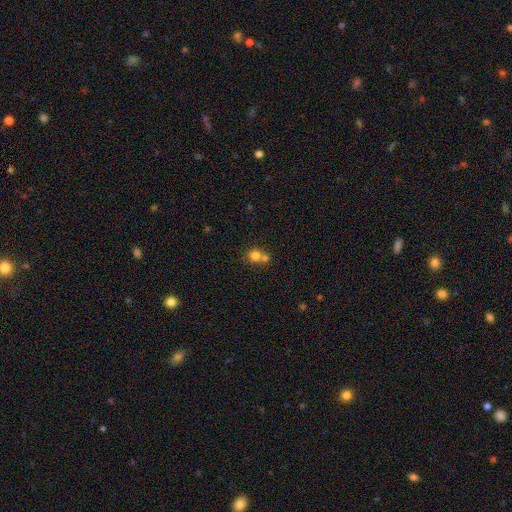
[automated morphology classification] A smooth galaxy with no disk features (76%) that is round (84%). Merging: merger (50%).